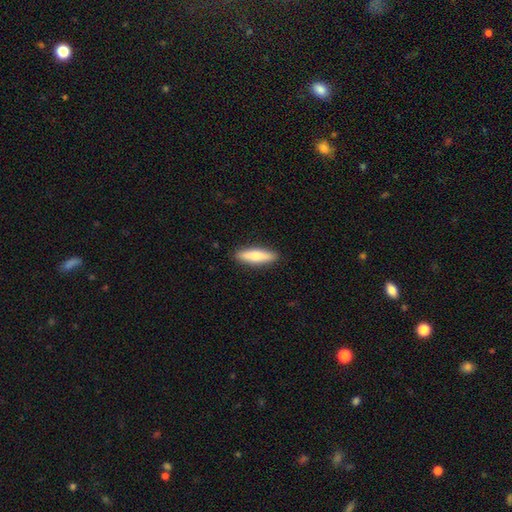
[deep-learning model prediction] This is likely a smooth galaxy (74%). How rounded: likely cigar-shaped (71%). Merging: clearly none (90%).